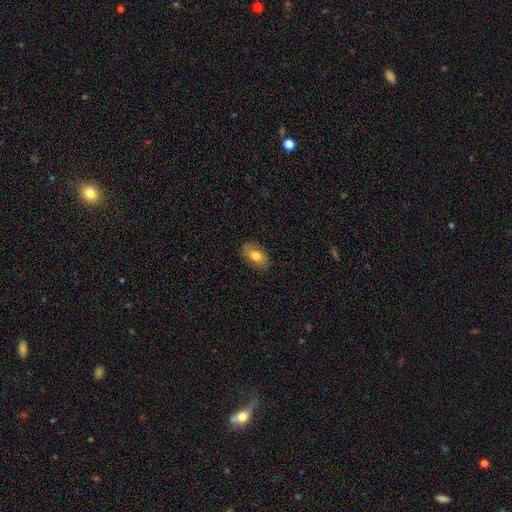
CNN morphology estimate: smooth 72%, featured or disk 21%, star or artifact 8%. Down the decision tree: how rounded — in between (89%); merging — none (83%).